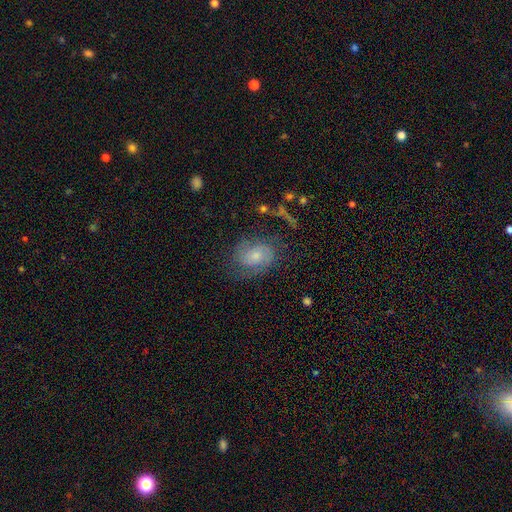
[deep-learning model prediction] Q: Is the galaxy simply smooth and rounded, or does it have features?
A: featured or disk — 59%.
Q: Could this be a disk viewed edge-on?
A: no — 97%.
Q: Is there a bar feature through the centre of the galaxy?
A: no — 70%.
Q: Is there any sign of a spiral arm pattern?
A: yes — 85%.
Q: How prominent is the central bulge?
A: small — 51%.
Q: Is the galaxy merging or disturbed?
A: none — 62%.